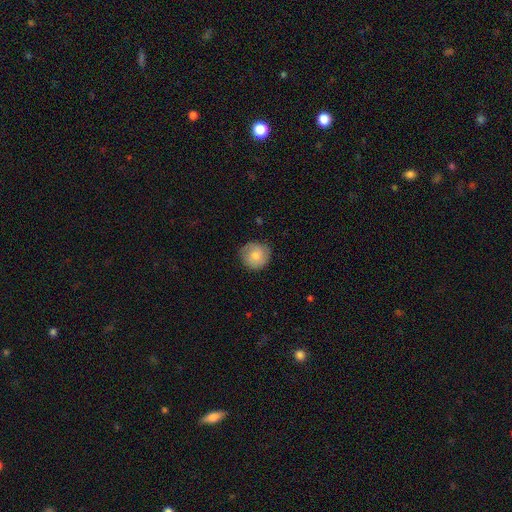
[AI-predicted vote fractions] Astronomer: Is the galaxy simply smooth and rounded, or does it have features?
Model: smooth — 70%.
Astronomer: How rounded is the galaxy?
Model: round — 92%.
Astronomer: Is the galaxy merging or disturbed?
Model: none — 81%.